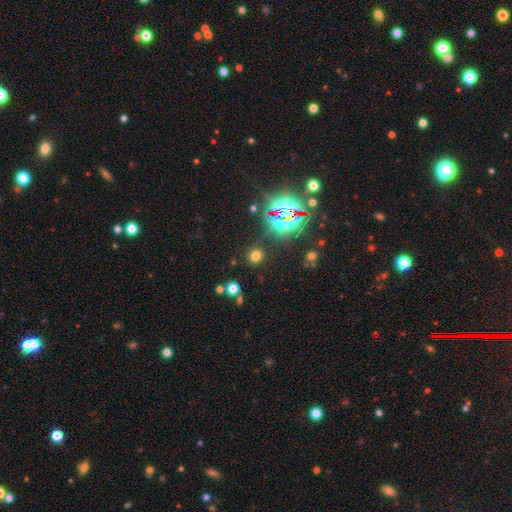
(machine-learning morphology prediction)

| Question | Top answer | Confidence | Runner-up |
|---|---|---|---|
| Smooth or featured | smooth | 62% | star or artifact (31%) |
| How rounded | round | 77% | in between (22%) |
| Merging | none | 84% | minor disturbance (9%) |